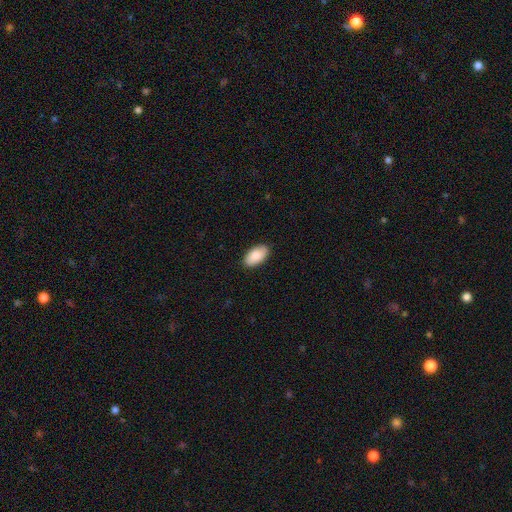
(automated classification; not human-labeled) smooth-or-featured: smooth: 89% | star or artifact: 6% | featured or disk: 6%
  how-rounded: in between: 96% | round: 2% | cigar-shaped: 2%
  merging: none: 89% | minor disturbance: 9% | major disturbance: 2% | merger: 1%